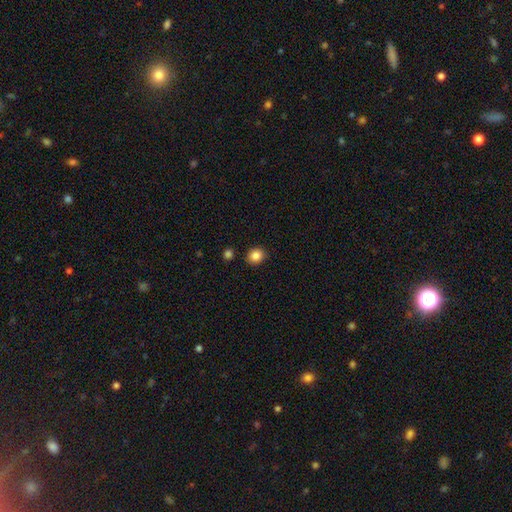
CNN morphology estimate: type=smooth (85%); roundness=round (73%); merging=none (88%).